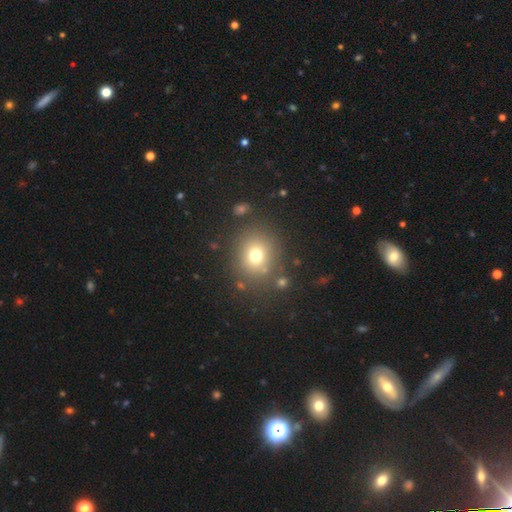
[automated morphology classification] Q: Smooth or featured?
A: smooth (73%); runner-up: star or artifact (16%)
Q: How rounded?
A: round (79%); runner-up: in between (20%)
Q: Merging?
A: none (81%); runner-up: minor disturbance (10%)